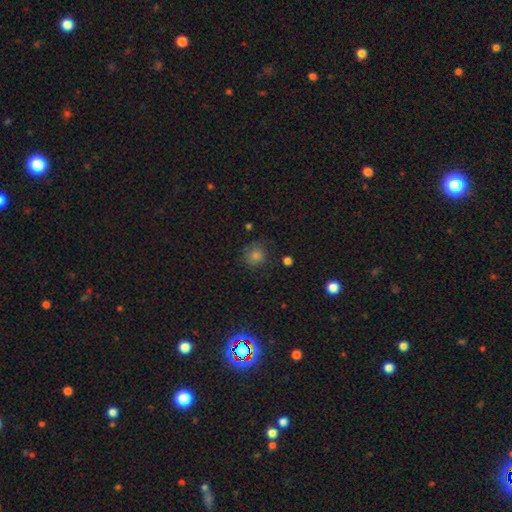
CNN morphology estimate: The model was most divided on "smooth or featured": smooth: 63%, star or artifact: 28%, featured or disk: 9%. More confident: how rounded — round (88%); merging — none (79%).